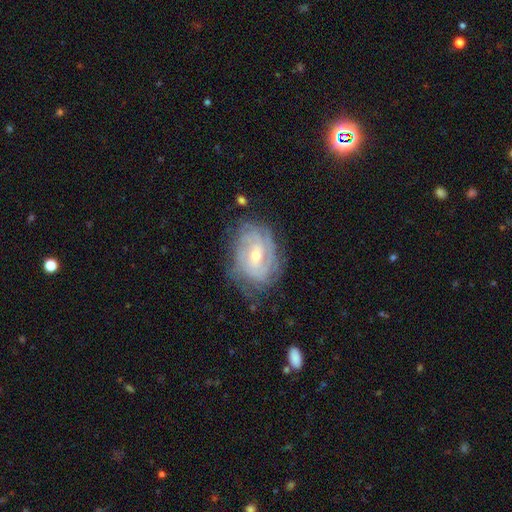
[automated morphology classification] type=featured or disk (84%); edge-on=no (96%); bar=no (44%); spiral arms=yes (93%); winding=tight (71%); arm count=can't tell (45%); bulge=small (49%); merging=none (71%).